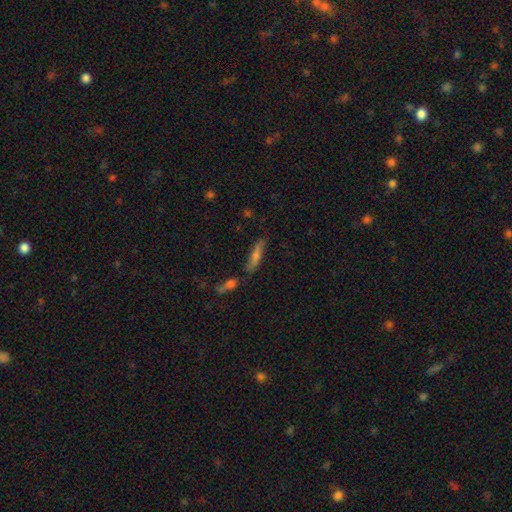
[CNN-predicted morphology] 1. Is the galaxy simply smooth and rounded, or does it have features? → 56% smooth, 34% featured or disk, 10% star or artifact.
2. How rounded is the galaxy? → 81% cigar-shaped, 16% in between, 3% round.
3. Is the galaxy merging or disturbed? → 70% none, 15% minor disturbance, 10% merger, 4% major disturbance.